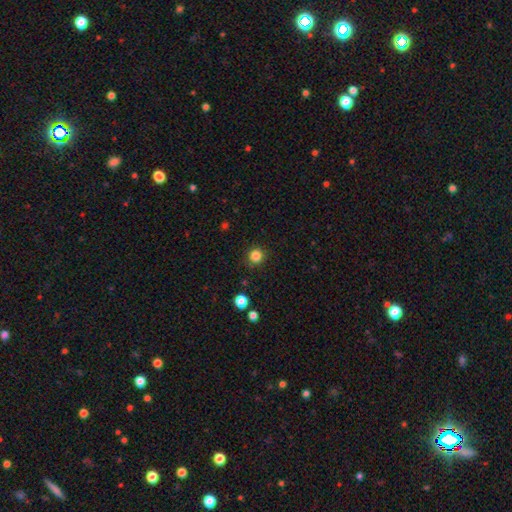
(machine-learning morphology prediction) smooth-or-featured: smooth: 84% | star or artifact: 12% | featured or disk: 4%
  how-rounded: round: 93% | in between: 6% | cigar-shaped: 1%
  merging: none: 89% | minor disturbance: 8% | major disturbance: 2% | merger: 1%